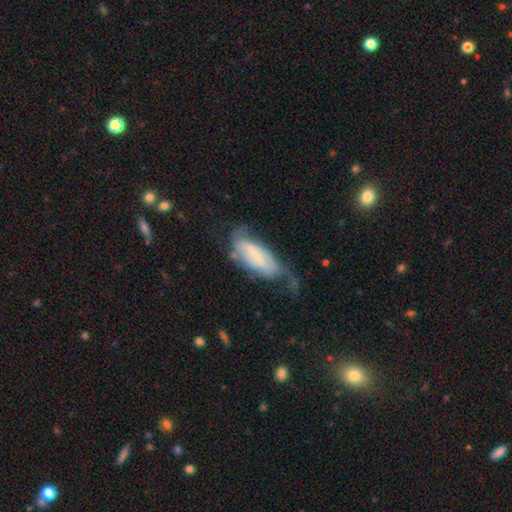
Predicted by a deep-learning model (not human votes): Smooth or featured?
  - featured or disk: 59% *
  - smooth: 34%
  - star or artifact: 7%
Edge-on disk?
  - no: 87% *
  - yes: 13%
Bar?
  - no: 47% *
  - weak: 34%
  - strong: 18%
Spiral arms?
  - yes: 81% *
  - no: 19%
Bulge size?
  - small: 66% *
  - moderate: 18%
  - none: 11%
  - large: 3%
  - dominant: 2%
Merging?
  - major disturbance: 34% *
  - none: 33%
  - minor disturbance: 29%
  - merger: 4%